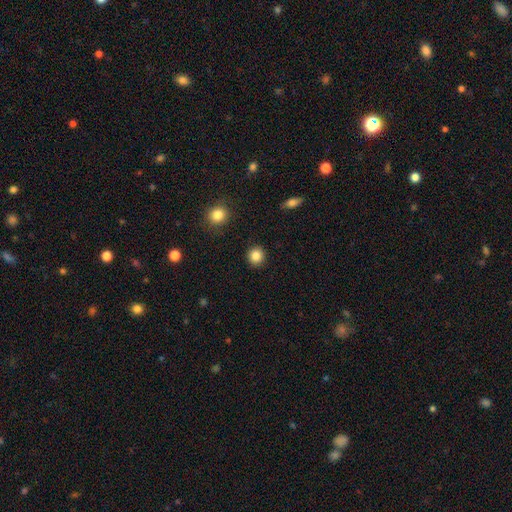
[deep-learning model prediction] Q: Smooth or featured?
A: smooth (85%); runner-up: star or artifact (10%)
Q: How rounded?
A: round (92%); runner-up: in between (7%)
Q: Merging?
A: none (92%); runner-up: minor disturbance (5%)